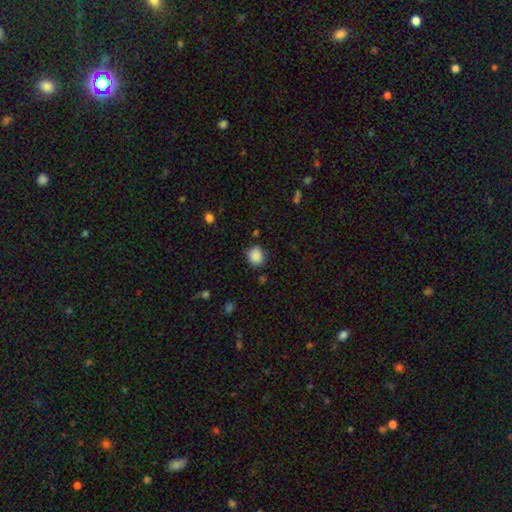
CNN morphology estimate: This is clearly a smooth galaxy (88%). How rounded: likely round (67%). Merging: clearly none (81%).